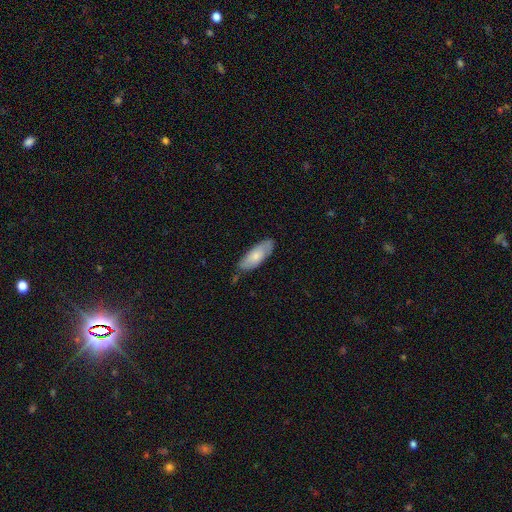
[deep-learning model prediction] The model was most divided on "smooth or featured": smooth: 67%, featured or disk: 27%, star or artifact: 6%. More confident: how rounded — in between (75%); merging — none (71%).